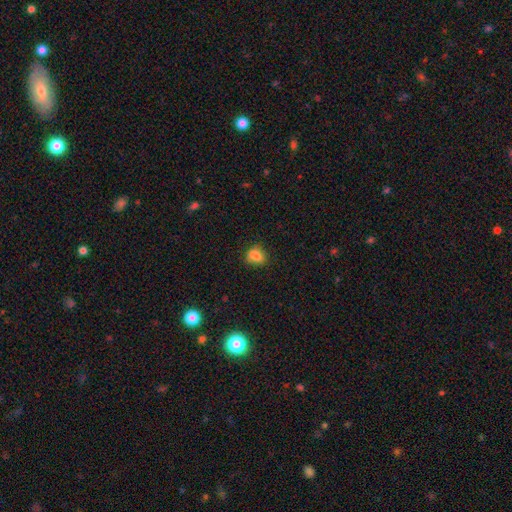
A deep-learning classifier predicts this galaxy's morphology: Smooth or featured? Predicted: smooth (p=0.82). How rounded? Predicted: round (p=0.59). Merging? Predicted: none (p=0.73).